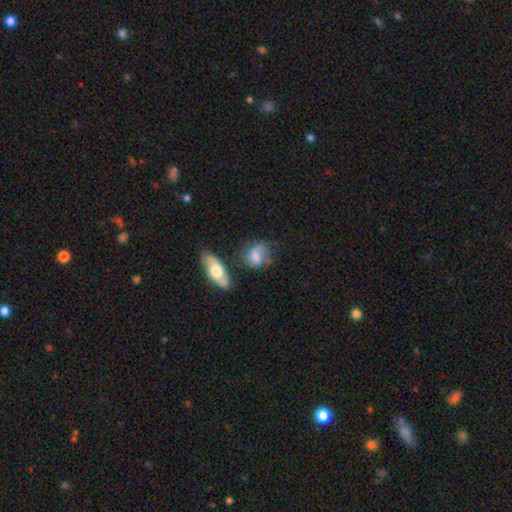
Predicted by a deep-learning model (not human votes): smooth_or_featured: smooth (p=0.56) [alt: featured or disk p=0.35]
how_rounded: in between (p=0.52) [alt: round p=0.45]
merging: none (p=0.45) [alt: minor disturbance p=0.27]